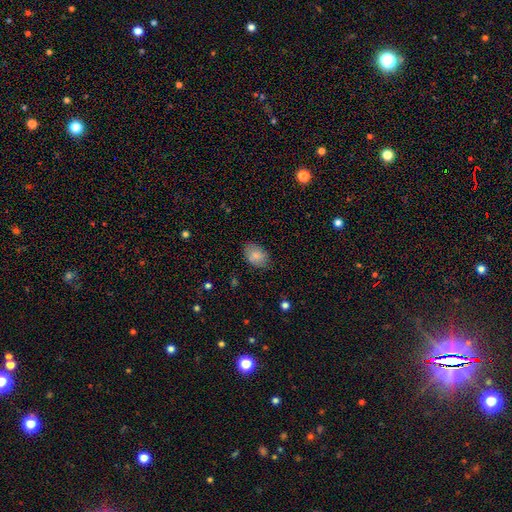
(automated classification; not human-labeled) Smooth or featured: smooth — 85% (star or artifact — 8%)
How rounded: in between — 83% (round — 16%)
Merging: none — 80% (minor disturbance — 15%)